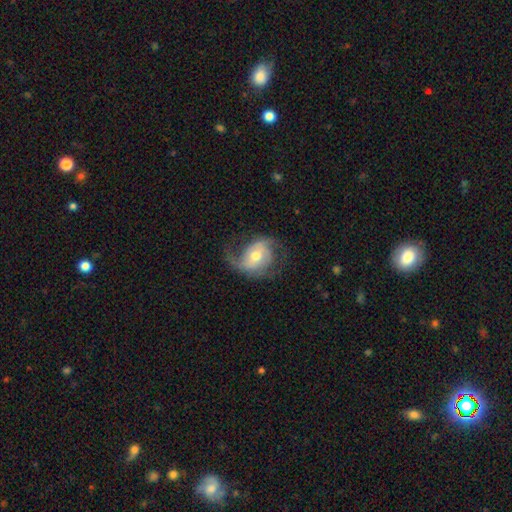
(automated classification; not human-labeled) A featured or disk galaxy (75%) with no bar (51%), 2 (75%) loose (43%) spiral arms (91%) and a moderate central bulge (67%). Merging: none (58%).